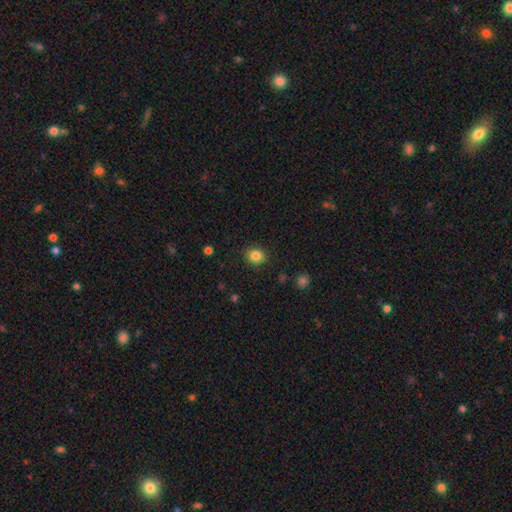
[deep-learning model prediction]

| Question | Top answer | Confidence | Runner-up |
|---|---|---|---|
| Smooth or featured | smooth | 84% | star or artifact (11%) |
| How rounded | round | 72% | in between (27%) |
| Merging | none | 89% | minor disturbance (8%) |